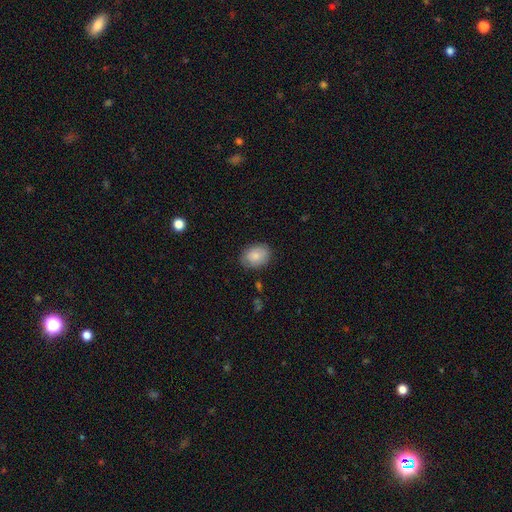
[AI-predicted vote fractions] smooth_or_featured: smooth (p=0.83) [alt: featured or disk p=0.10]
how_rounded: in between (p=0.63) [alt: round p=0.36]
merging: none (p=0.82) [alt: minor disturbance p=0.14]